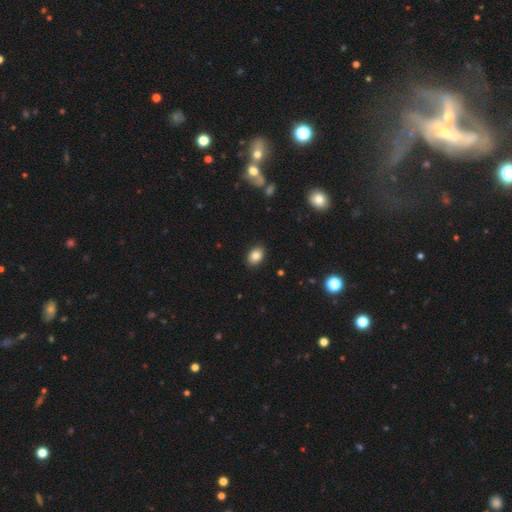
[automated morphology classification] Smooth or featured? Predicted: smooth (p=0.83). How rounded? Predicted: in between (p=0.78). Merging? Predicted: none (p=0.89).